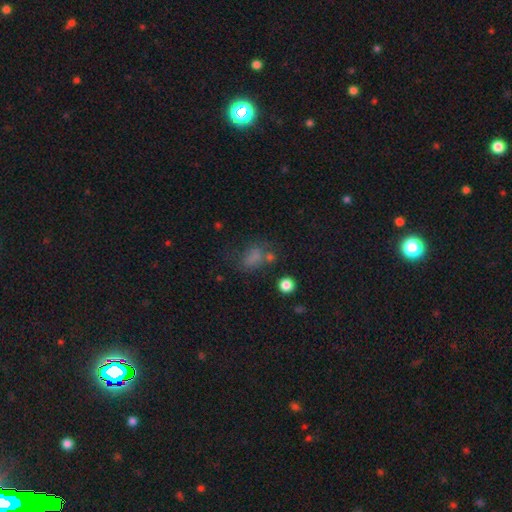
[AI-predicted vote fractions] This appears to be a smooth galaxy with no disk features (62%) that is in between round and cigar-shaped (74%). Merging: none (49%).